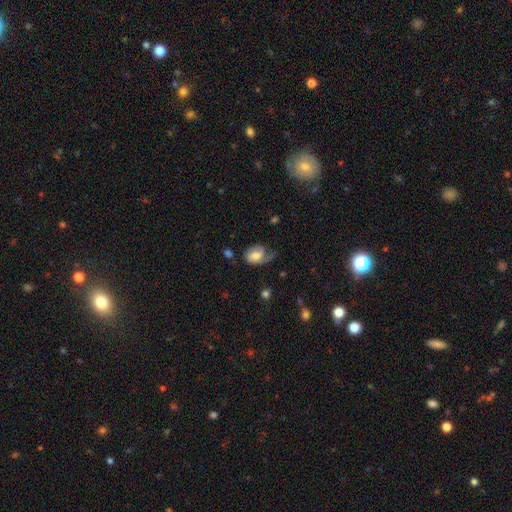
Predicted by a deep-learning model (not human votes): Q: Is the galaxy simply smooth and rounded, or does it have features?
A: featured or disk — 48%.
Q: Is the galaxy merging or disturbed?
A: none — 38%.